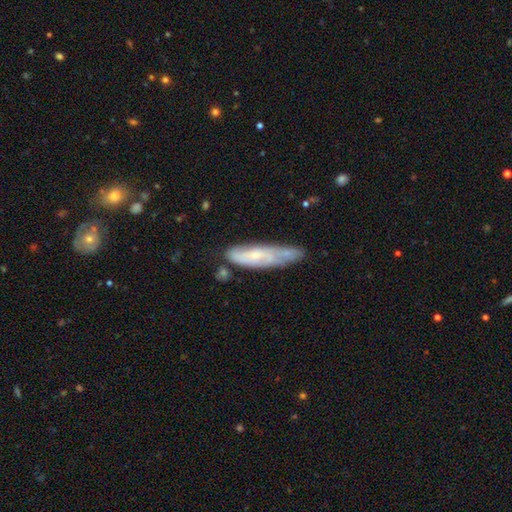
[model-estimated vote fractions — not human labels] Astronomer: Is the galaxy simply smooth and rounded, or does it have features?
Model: featured or disk — 49% (runner-up: smooth, 44%).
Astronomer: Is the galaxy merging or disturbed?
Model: none — 53% (runner-up: minor disturbance, 29%).